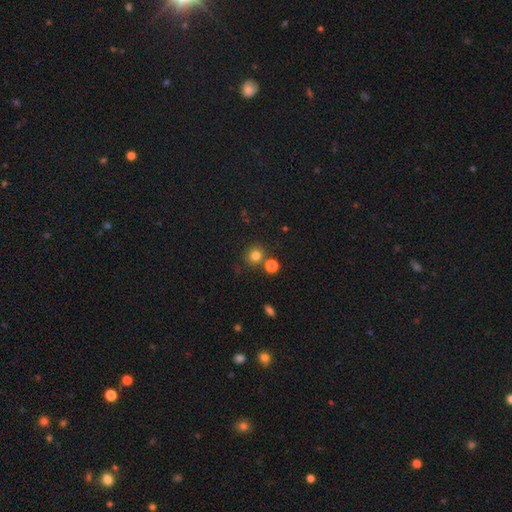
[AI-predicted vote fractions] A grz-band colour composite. It shows a smooth galaxy with no disk features (79%) that is round (88%). Merging: none (74%).